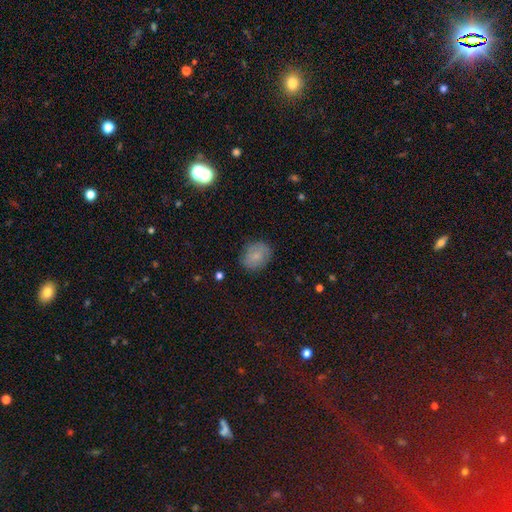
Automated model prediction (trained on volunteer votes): A smooth galaxy with no disk features (74%) that is in between round and cigar-shaped (52%). Merging: none (80%).